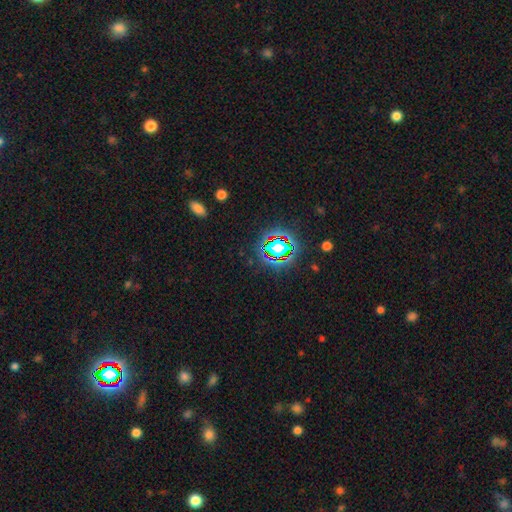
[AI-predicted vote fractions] Smooth or featured?
  - star or artifact: 78% *
  - smooth: 13%
  - featured or disk: 9%